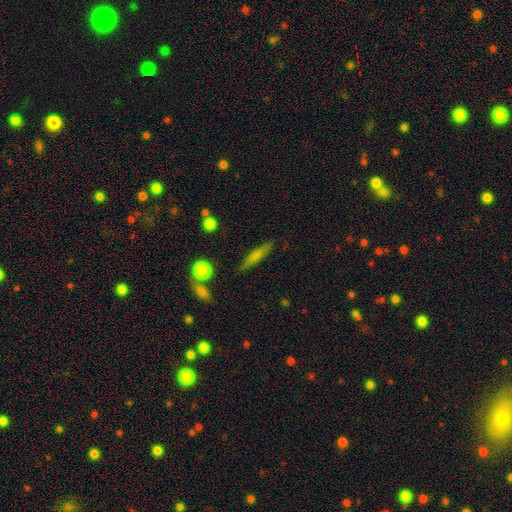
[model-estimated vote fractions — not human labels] Smooth or featured? smooth (67%)
How rounded? cigar-shaped (85%)
Merging? none (83%)